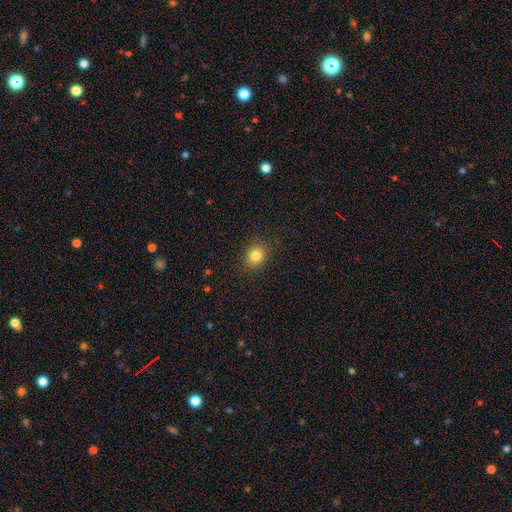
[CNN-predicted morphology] Q: Smooth or featured?
A: smooth (83%); runner-up: star or artifact (11%)
Q: How rounded?
A: round (62%); runner-up: in between (37%)
Q: Merging?
A: none (88%); runner-up: minor disturbance (9%)